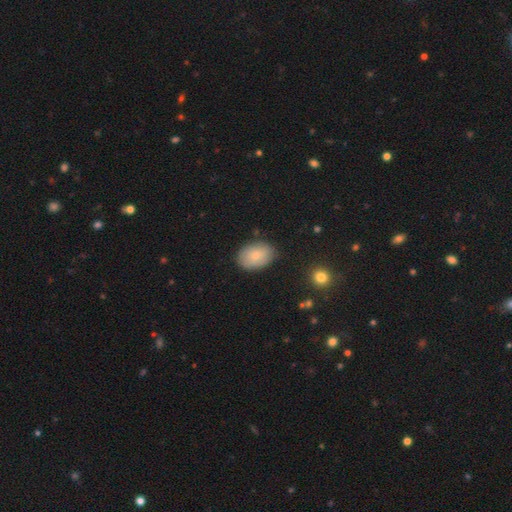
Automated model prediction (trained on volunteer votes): Smooth or featured? smooth (79%)
How rounded? in between (84%)
Merging? none (81%)